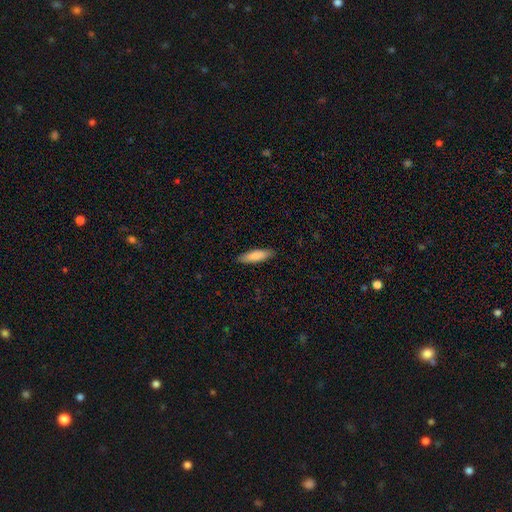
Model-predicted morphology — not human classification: Smooth or featured? smooth (84%)
How rounded? cigar-shaped (60%)
Merging? none (88%)